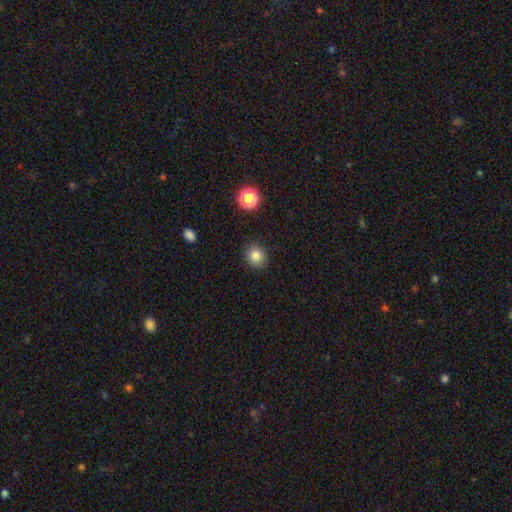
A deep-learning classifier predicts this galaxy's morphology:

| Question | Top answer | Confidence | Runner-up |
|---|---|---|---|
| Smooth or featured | smooth | 82% | star or artifact (12%) |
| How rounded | round | 85% | in between (14%) |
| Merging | none | 90% | minor disturbance (7%) |